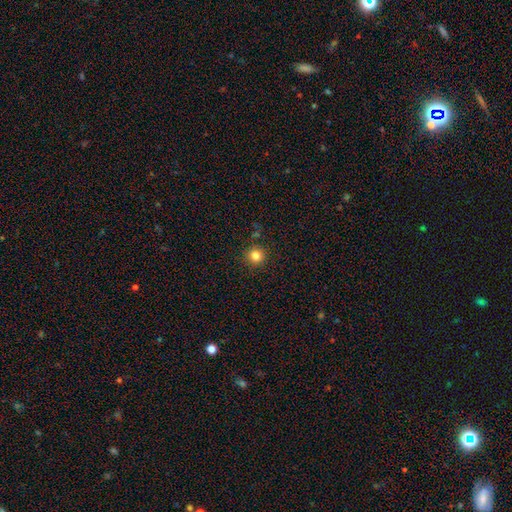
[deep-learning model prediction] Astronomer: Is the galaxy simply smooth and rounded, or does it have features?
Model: smooth — 82%.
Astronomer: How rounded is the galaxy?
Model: round — 95%.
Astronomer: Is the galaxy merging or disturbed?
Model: none — 89%.